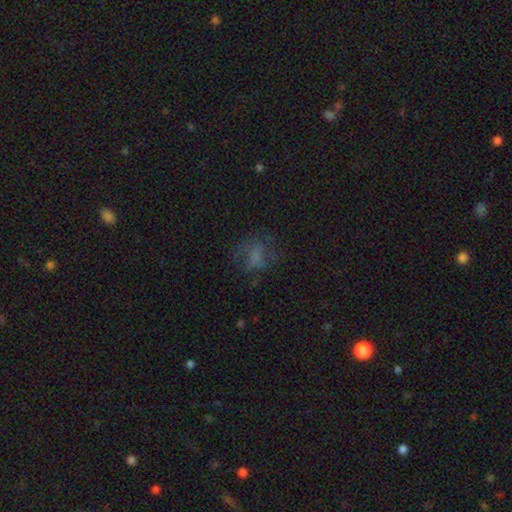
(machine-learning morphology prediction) A smooth galaxy with no disk features (46%).

Vote fractions:
- Smooth or featured? smooth: 46% / featured or disk: 34% / star or artifact: 20%
- Merging? none: 54% / major disturbance: 25% / minor disturbance: 19% / merger: 2%